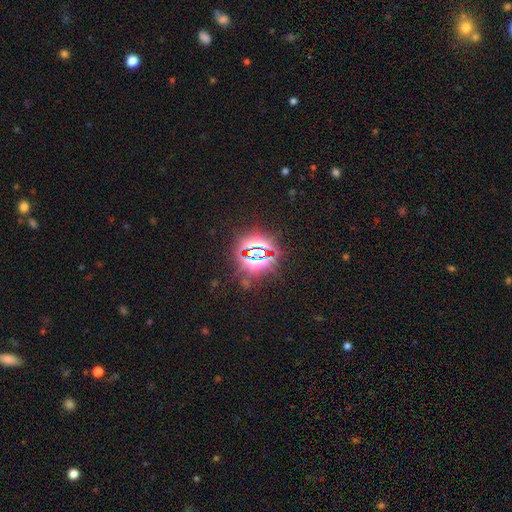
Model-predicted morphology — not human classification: type=star or artifact (78%).